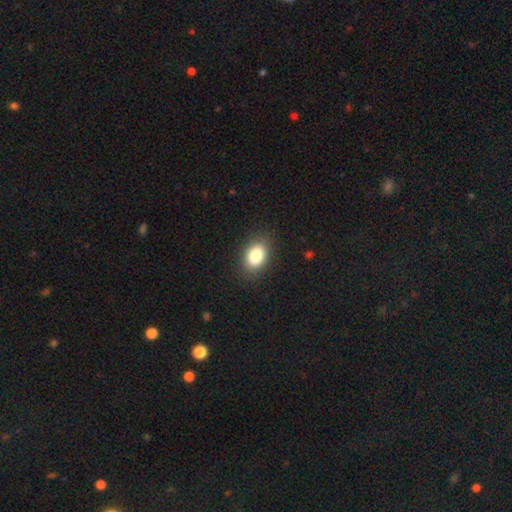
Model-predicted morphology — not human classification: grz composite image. It shows a smooth galaxy with no disk features (84%) that is in between round and cigar-shaped (83%). Merging: none (87%).